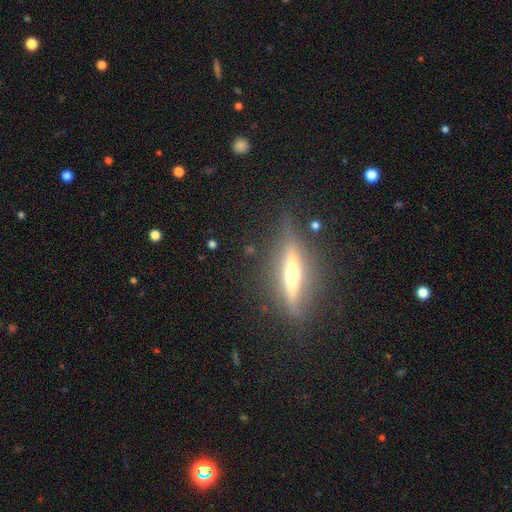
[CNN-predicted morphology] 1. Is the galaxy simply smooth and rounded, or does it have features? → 75% featured or disk, 17% smooth, 8% star or artifact.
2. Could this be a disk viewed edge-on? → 94% yes, 6% no.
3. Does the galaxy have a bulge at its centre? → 85% rounded, 9% none, 6% boxy.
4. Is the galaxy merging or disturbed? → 82% none, 12% minor disturbance, 4% major disturbance, 2% merger.